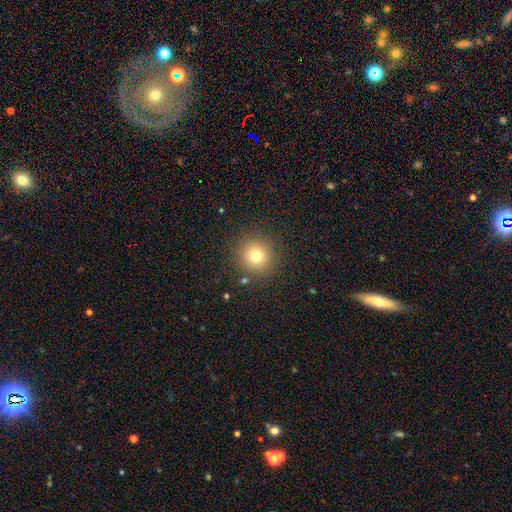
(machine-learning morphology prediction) Smooth or featured? smooth (75%)
How rounded? round (94%)
Merging? none (88%)